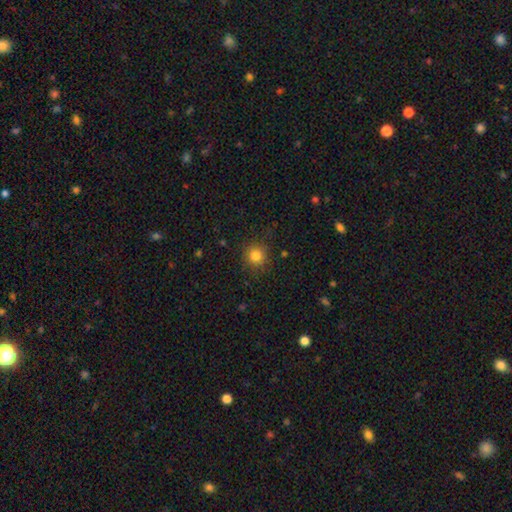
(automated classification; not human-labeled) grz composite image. It shows a smooth galaxy with no disk features (82%) that is round (92%). Merging: none (86%).